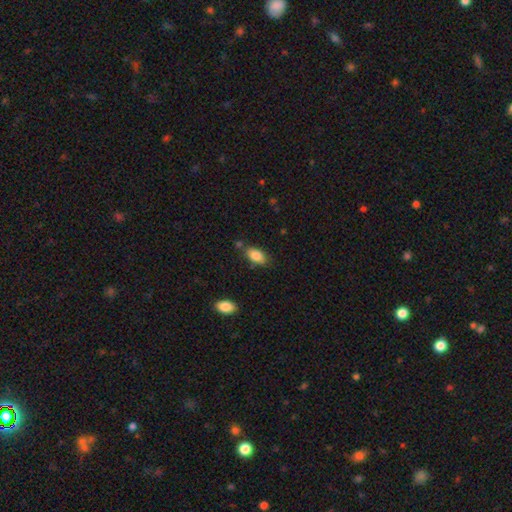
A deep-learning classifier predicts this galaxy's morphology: smooth 85%, star or artifact 8%, featured or disk 8%. Down the decision tree: how rounded — in between (91%); merging — none (74%).